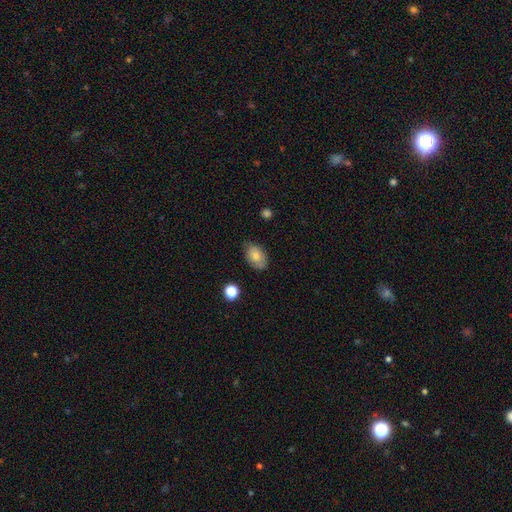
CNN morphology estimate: smooth-or-featured: smooth: 77% | featured or disk: 15% | star or artifact: 8%
  how-rounded: in between: 87% | round: 11% | cigar-shaped: 1%
  merging: none: 74% | minor disturbance: 21% | major disturbance: 4% | merger: 2%